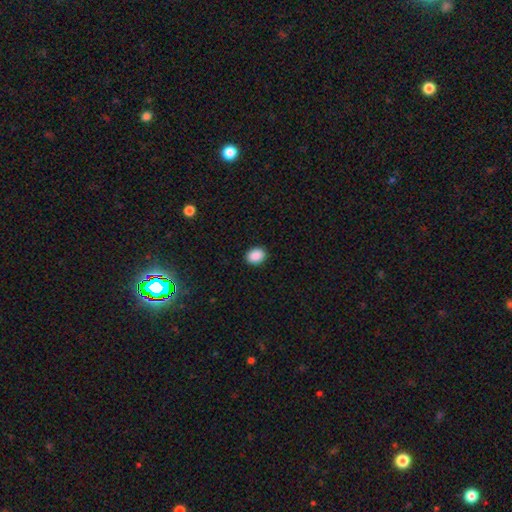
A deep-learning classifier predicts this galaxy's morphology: Overall: smooth (89%). How rounded: in between (59%; round 40%). Merging: none (91%).